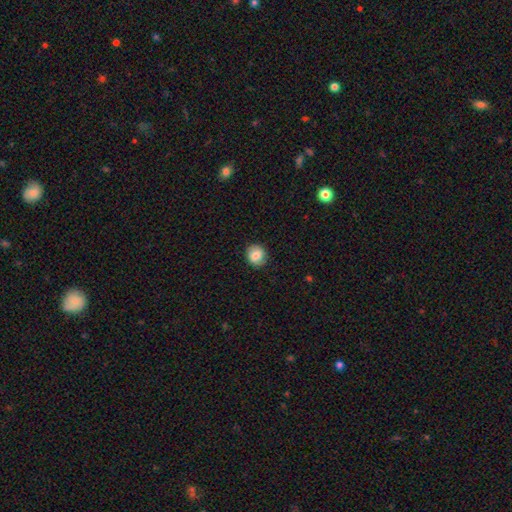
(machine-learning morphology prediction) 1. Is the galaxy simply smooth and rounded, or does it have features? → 78% smooth, 13% featured or disk, 9% star or artifact.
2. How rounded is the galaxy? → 77% round, 22% in between, 1% cigar-shaped.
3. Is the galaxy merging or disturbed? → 85% none, 11% minor disturbance, 3% major disturbance, 1% merger.